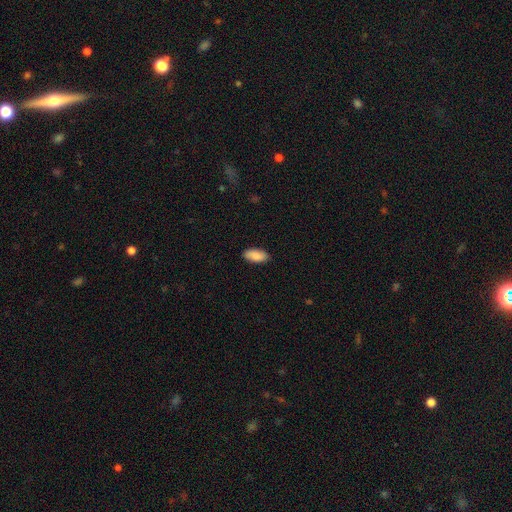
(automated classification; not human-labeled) Smooth or featured: smooth — 87% (featured or disk — 7%)
How rounded: in between — 91% (cigar-shaped — 7%)
Merging: none — 87% (minor disturbance — 10%)